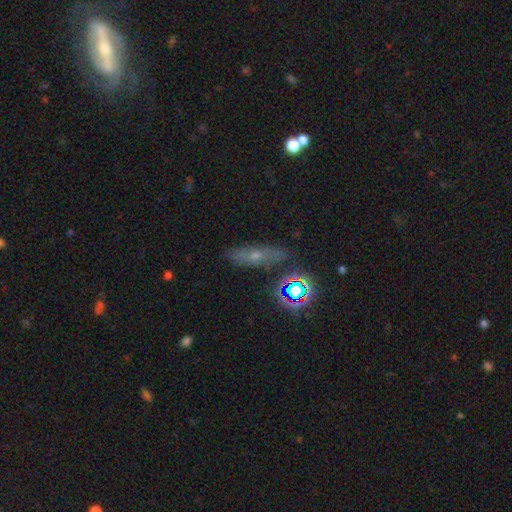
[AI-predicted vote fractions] Q: Smooth or featured?
A: smooth (39%); runner-up: featured or disk (37%)
Q: Merging?
A: none (79%); runner-up: minor disturbance (14%)